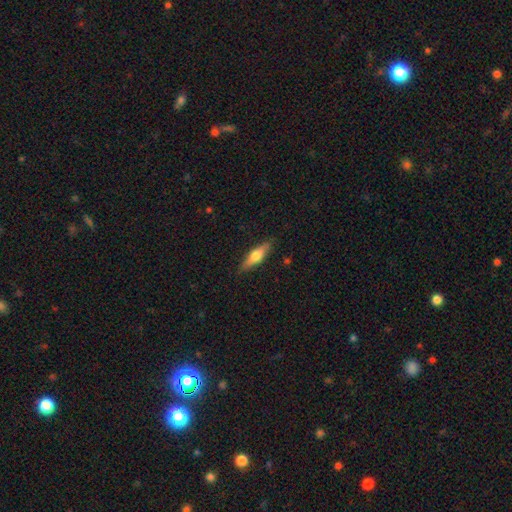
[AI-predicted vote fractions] Smooth or featured?
  - smooth: 56% *
  - featured or disk: 39%
  - star or artifact: 6%
How rounded?
  - cigar-shaped: 63% *
  - in between: 35%
  - round: 2%
Merging?
  - none: 87% *
  - minor disturbance: 10%
  - major disturbance: 2%
  - merger: 1%